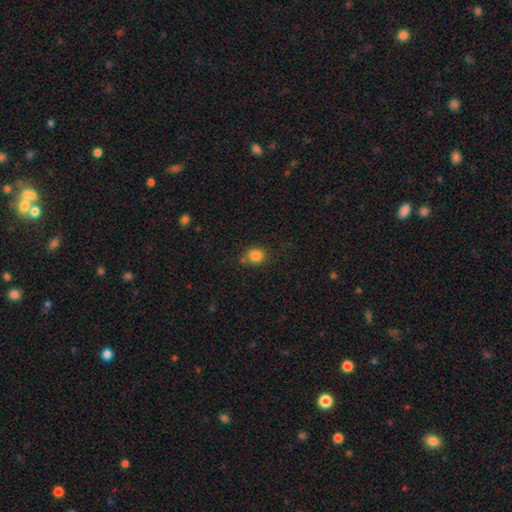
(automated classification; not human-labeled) A smooth galaxy with no disk features (83%) that is round (75%).

Vote fractions:
- Smooth or featured? smooth: 83% / star or artifact: 11% / featured or disk: 5%
- How rounded? round: 75% / in between: 24% / cigar-shaped: 1%
- Merging? none: 70% / minor disturbance: 17% / merger: 8% / major disturbance: 5%